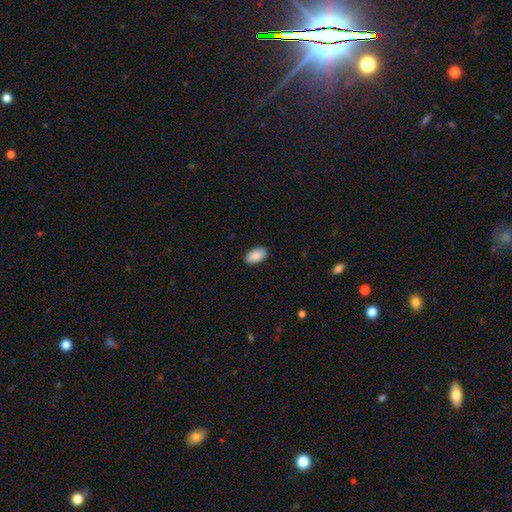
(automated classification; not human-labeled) Smooth or featured? smooth (90%)
How rounded? in between (95%)
Merging? none (88%)